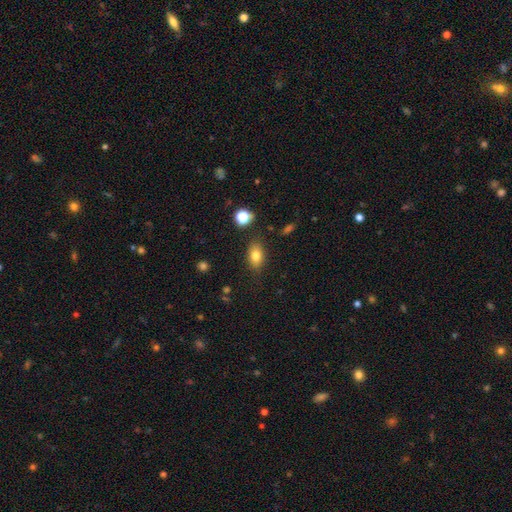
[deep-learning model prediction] Smooth or featured? Predicted: smooth (p=0.79). How rounded? Predicted: in between (p=0.82). Merging? Predicted: none (p=0.82).